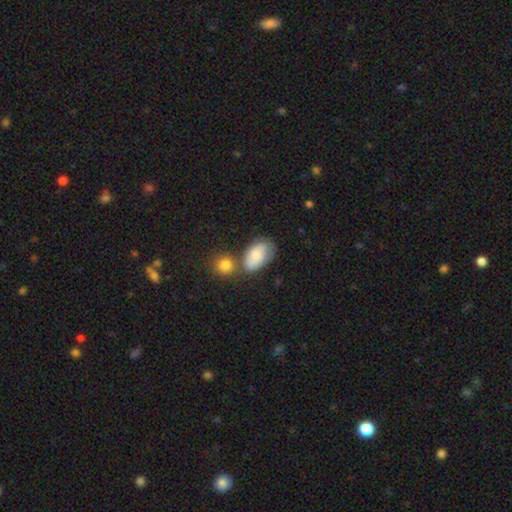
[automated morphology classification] A smooth galaxy with no disk features (76%) that is in between round and cigar-shaped (91%).

Vote fractions:
- Smooth or featured? smooth: 76% / featured or disk: 17% / star or artifact: 7%
- How rounded? in between: 91% / round: 7% / cigar-shaped: 2%
- Merging? none: 41% / merger: 27% / minor disturbance: 23% / major disturbance: 9%